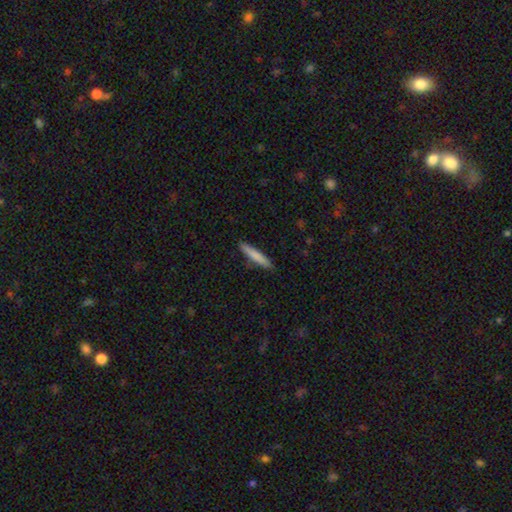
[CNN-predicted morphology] smooth 78%, featured or disk 16%, star or artifact 6%. Down the decision tree: how rounded — cigar-shaped (92%); merging — none (88%).